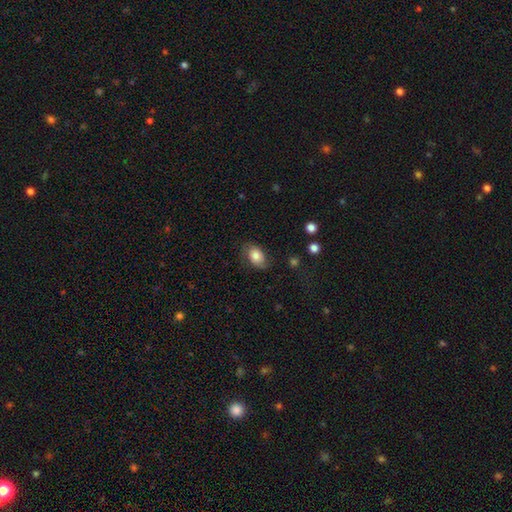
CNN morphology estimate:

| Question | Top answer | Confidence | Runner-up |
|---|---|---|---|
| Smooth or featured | smooth | 77% | featured or disk (15%) |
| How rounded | in between | 84% | round (15%) |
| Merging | none | 70% | minor disturbance (21%) |